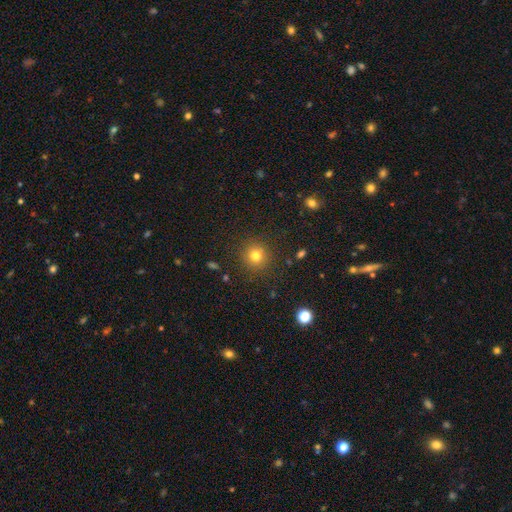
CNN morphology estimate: Overall: smooth (78%). How rounded: round (93%). Merging: none (89%).